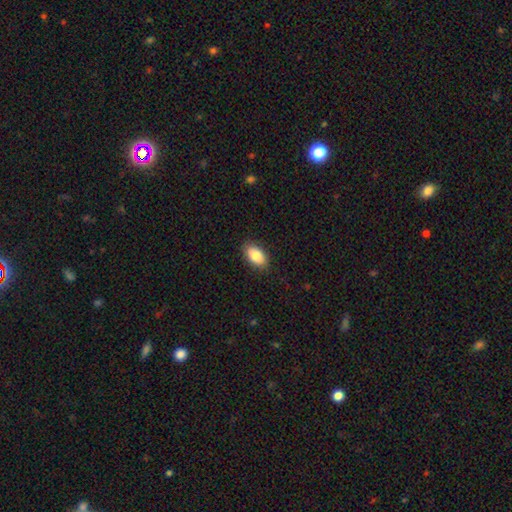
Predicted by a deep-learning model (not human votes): Overall: smooth (84%). How rounded: in between (93%). Merging: none (87%).